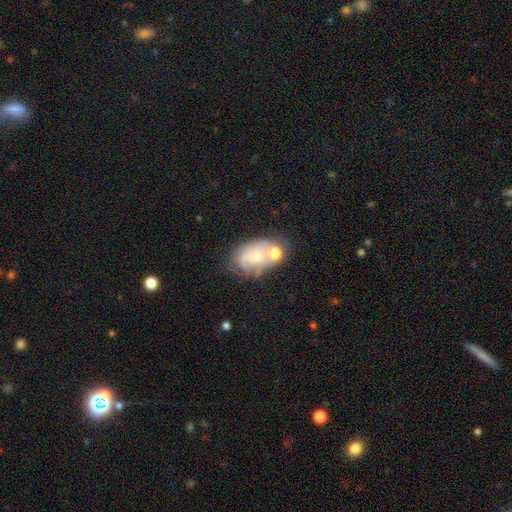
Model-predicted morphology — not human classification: Smooth or featured?
  - smooth: 46% *
  - featured or disk: 43%
  - star or artifact: 11%
Merging?
  - merger: 36% *
  - none: 29%
  - minor disturbance: 20%
  - major disturbance: 15%